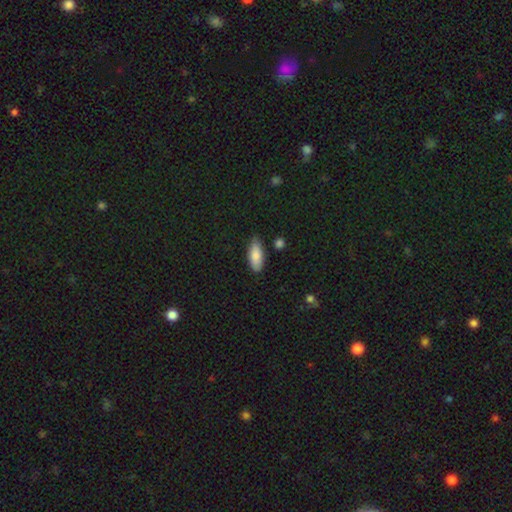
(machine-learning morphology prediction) Overall: smooth (84%). How rounded: in between (80%). Merging: none (77%).